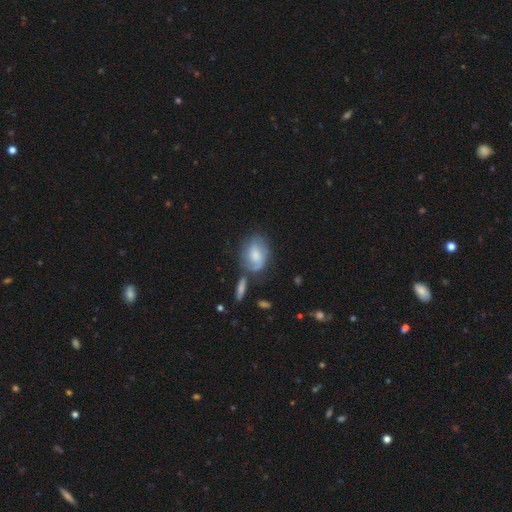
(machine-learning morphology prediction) smooth_or_featured: smooth (p=0.51) [alt: featured or disk p=0.41]
how_rounded: in between (p=0.73) [alt: round p=0.25]
merging: none (p=0.49) [alt: minor disturbance p=0.25]